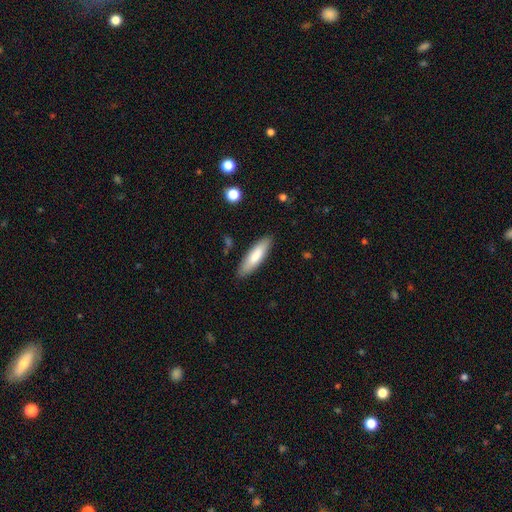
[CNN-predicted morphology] This appears to be a smooth galaxy with no disk features (80%) that is cigar-shaped (63%). Merging: none (87%).